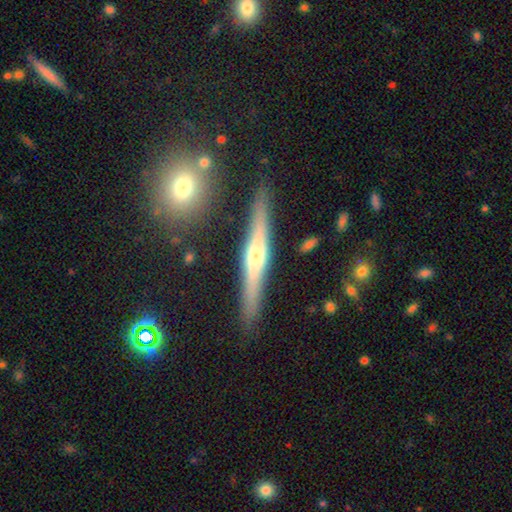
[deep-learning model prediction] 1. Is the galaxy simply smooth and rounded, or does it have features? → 71% featured or disk, 22% smooth, 7% star or artifact.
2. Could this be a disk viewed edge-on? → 96% yes, 4% no.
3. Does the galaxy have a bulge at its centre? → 78% rounded, 13% boxy, 9% none.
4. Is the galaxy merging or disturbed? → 88% none, 8% minor disturbance, 2% merger, 2% major disturbance.